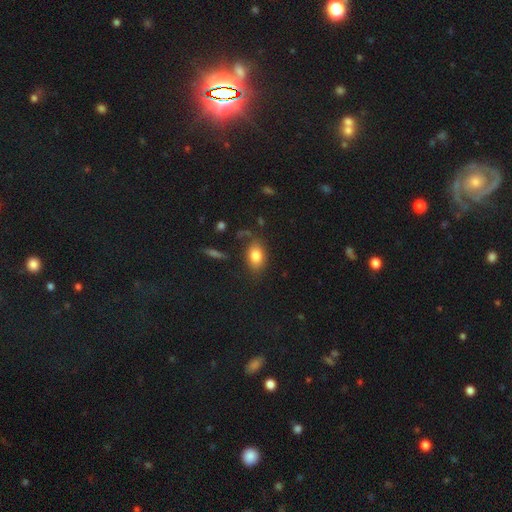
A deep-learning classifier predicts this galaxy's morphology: Smooth or featured? smooth (82%)
How rounded? in between (84%)
Merging? none (74%)